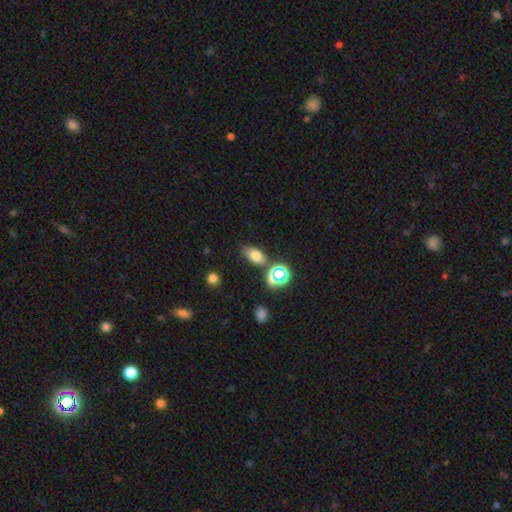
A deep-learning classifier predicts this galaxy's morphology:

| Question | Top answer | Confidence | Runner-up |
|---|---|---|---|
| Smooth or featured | smooth | 70% | star or artifact (18%) |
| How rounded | in between | 82% | round (13%) |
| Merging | none | 75% | minor disturbance (13%) |